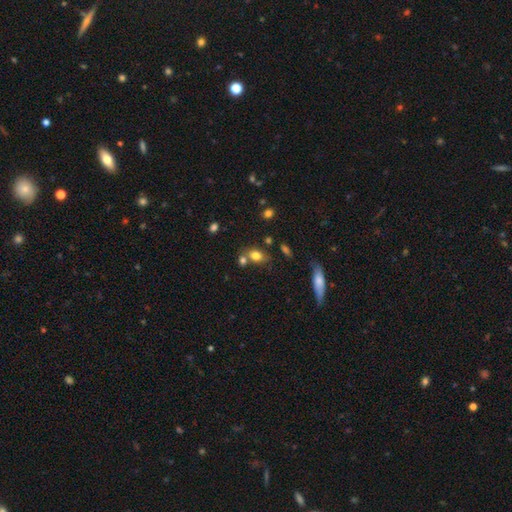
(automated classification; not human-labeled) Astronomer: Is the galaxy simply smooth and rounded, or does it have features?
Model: smooth — 77%.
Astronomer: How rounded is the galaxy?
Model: in between — 70%.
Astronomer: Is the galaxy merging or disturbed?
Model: none — 56%.